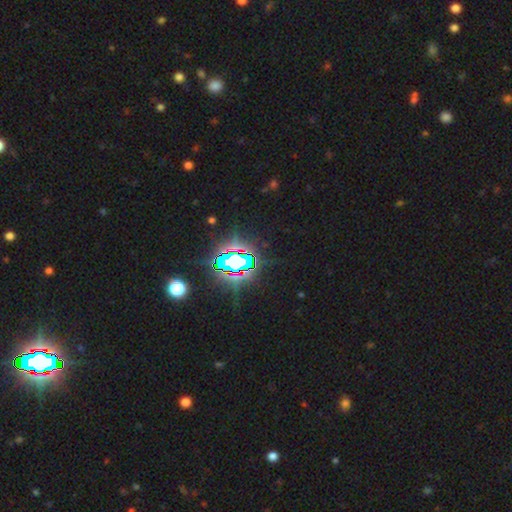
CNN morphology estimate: A star or artifact, not a galaxy (85%).

Vote fractions:
- Smooth or featured? star or artifact: 85% / smooth: 9% / featured or disk: 6%